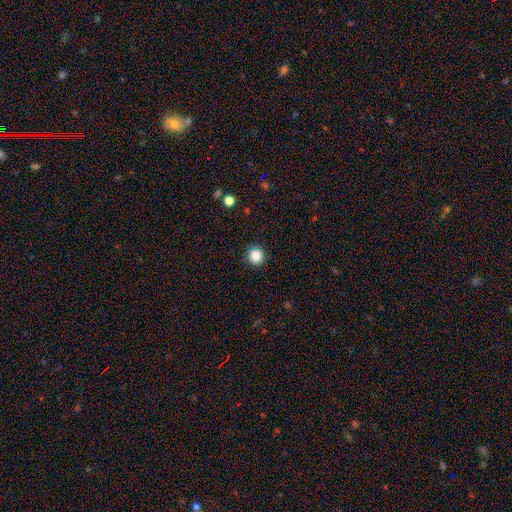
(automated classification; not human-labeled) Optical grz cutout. It shows a smooth galaxy with no disk features (85%) that is round (93%). Merging: none (91%).